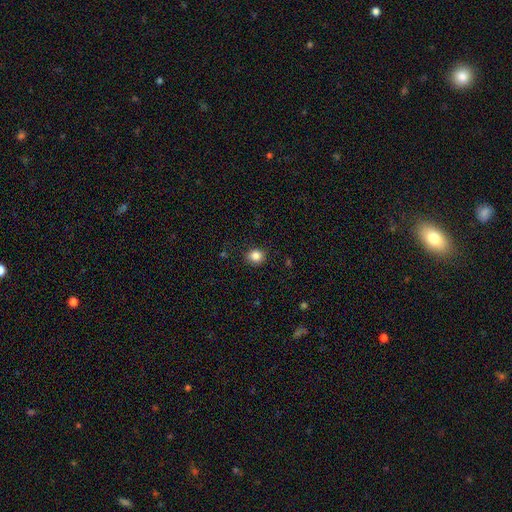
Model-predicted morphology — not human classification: smooth_or_featured: smooth (p=0.85) [alt: star or artifact p=0.11]
how_rounded: round (p=0.83) [alt: in between p=0.16]
merging: none (p=0.88) [alt: minor disturbance p=0.08]